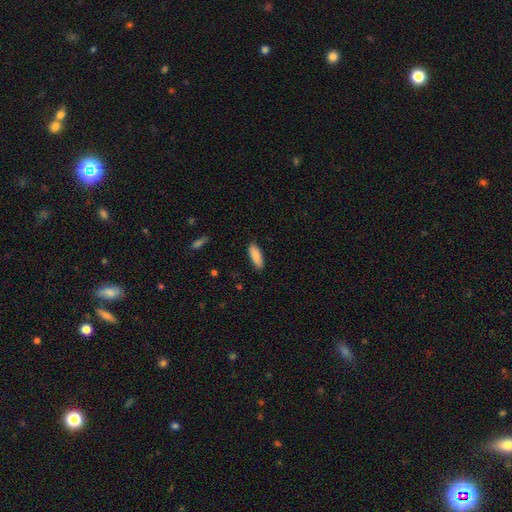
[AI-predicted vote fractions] smooth 87%, featured or disk 7%, star or artifact 6%. Down the decision tree: how rounded — in between (67%); merging — none (87%).